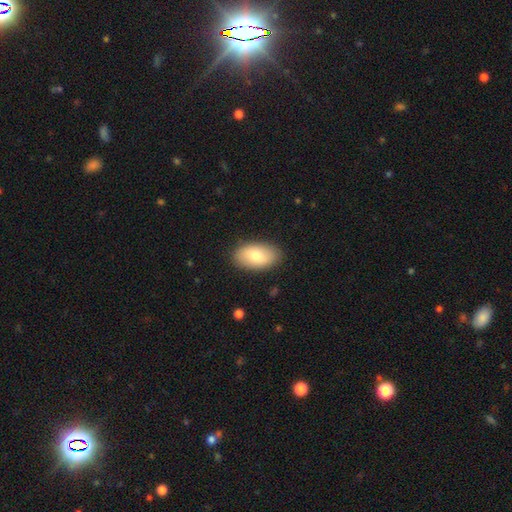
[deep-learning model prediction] Smooth or featured: smooth — 76% (featured or disk — 18%)
How rounded: in between — 94% (round — 4%)
Merging: none — 86% (minor disturbance — 10%)